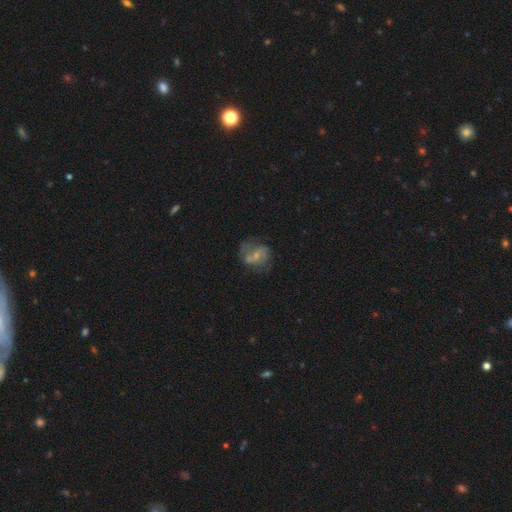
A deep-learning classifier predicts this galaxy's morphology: smooth_or_featured: featured or disk (p=0.64) [alt: smooth p=0.27]
disk_edge_on: no (p=0.98) [alt: yes p=0.02]
bar: no (p=0.51) [alt: weak p=0.39]
has_spiral_arms: yes (p=0.77) [alt: no p=0.23]
bulge_size: small (p=0.57) [alt: moderate p=0.32]
merging: none (p=0.48) [alt: minor disturbance p=0.22]